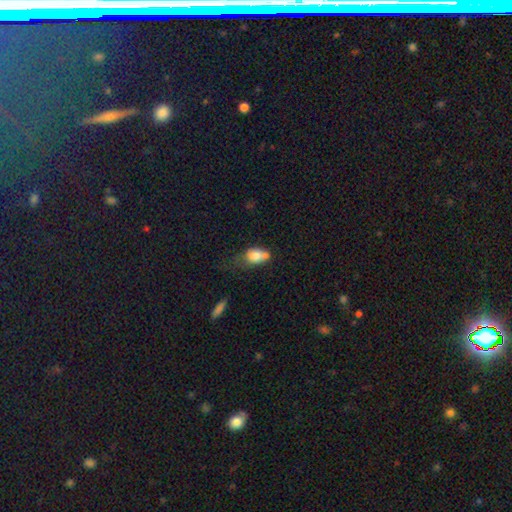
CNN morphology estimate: This is likely a smooth galaxy (75%). How rounded: likely in between (78%). Merging: marginally merger (29%).